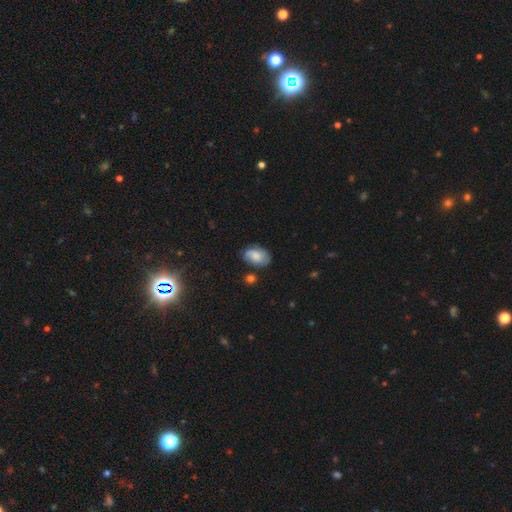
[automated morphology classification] Smooth or featured? Predicted: smooth (p=0.61). How rounded? Predicted: in between (p=0.86). Merging? Predicted: none (p=0.67).